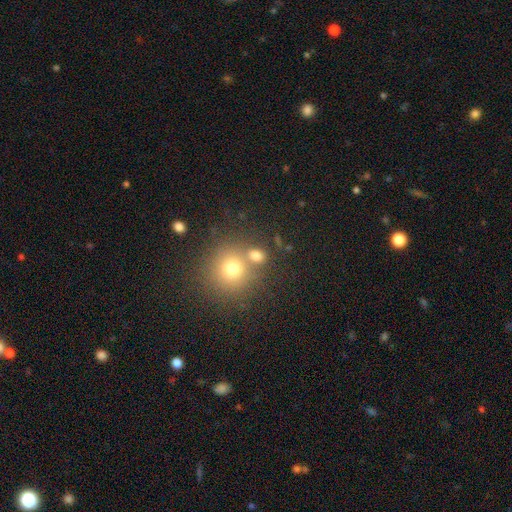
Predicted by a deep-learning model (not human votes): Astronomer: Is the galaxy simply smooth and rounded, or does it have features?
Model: smooth — 74%.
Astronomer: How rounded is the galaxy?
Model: round — 65%.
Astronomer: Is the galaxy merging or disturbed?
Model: none — 54% (runner-up: merger, 32%).